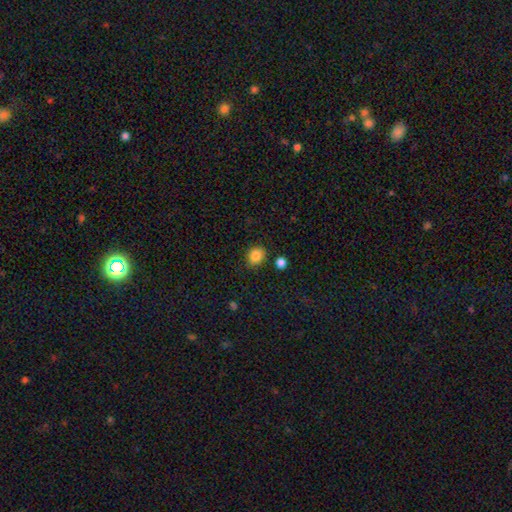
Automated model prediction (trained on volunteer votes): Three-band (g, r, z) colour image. It shows a smooth galaxy with no disk features (86%) that is round (67%). Merging: none (82%).